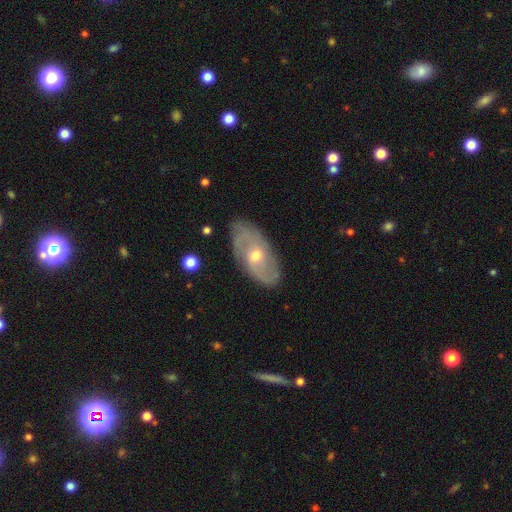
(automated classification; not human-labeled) smooth-or-featured: featured or disk: 70% | smooth: 22% | star or artifact: 8%
  disk-edge-on: no: 88% | yes: 12%
    bar: no: 66% | weak: 27% | strong: 6%
    has-spiral-arms: yes: 77% | no: 23%
    bulge-size: moderate: 59% | small: 37% | large: 2% | none: 1% | dominant: 1%
  merging: none: 82% | minor disturbance: 14% | major disturbance: 3% | merger: 1%